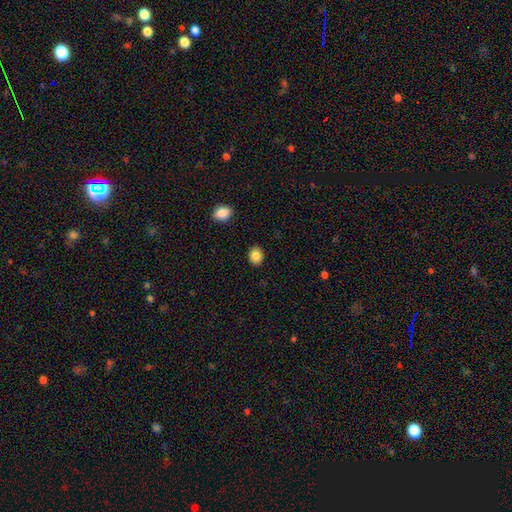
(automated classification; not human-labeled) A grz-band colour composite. It shows a smooth galaxy with no disk features (86%) that is round (53%). Merging: none (90%).